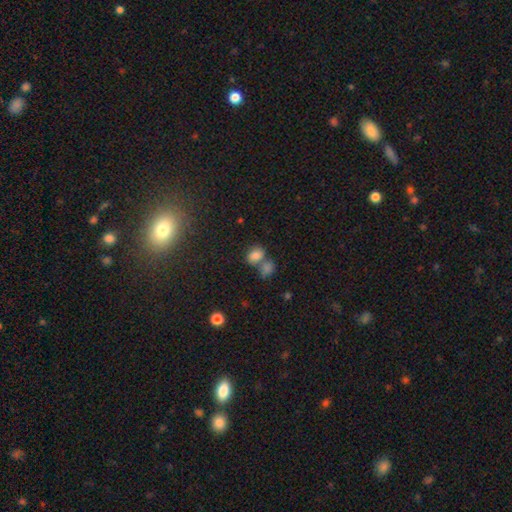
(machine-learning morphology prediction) A smooth galaxy with no disk features (79%) that is in between round and cigar-shaped (65%). Merging: merger (47%).